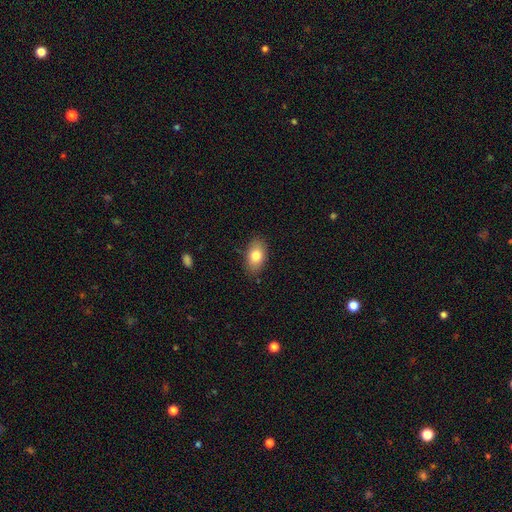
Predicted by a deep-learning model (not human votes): Smooth or featured: smooth — 80% (featured or disk — 12%)
How rounded: in between — 89% (round — 9%)
Merging: none — 84% (minor disturbance — 12%)